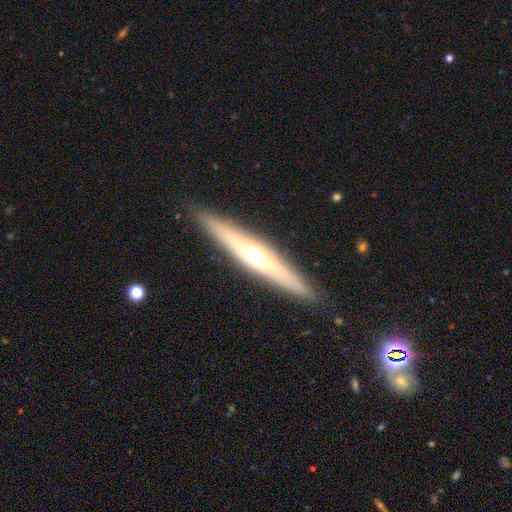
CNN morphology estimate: This is likely a featured or disk galaxy (67%). It is clearly viewed edge-on (92%). Edge-on bulge: clearly rounded (87%). Merging: clearly none (89%).